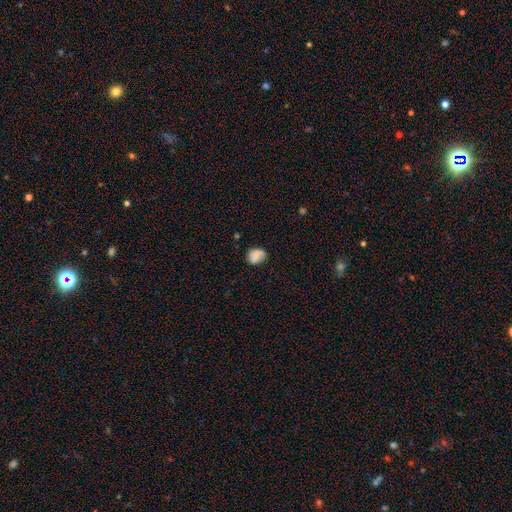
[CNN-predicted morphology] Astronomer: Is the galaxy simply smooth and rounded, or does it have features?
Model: smooth — 75%.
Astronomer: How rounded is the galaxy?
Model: round — 51% (runner-up: in between, 48%).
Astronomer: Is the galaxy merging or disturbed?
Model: none — 64%.